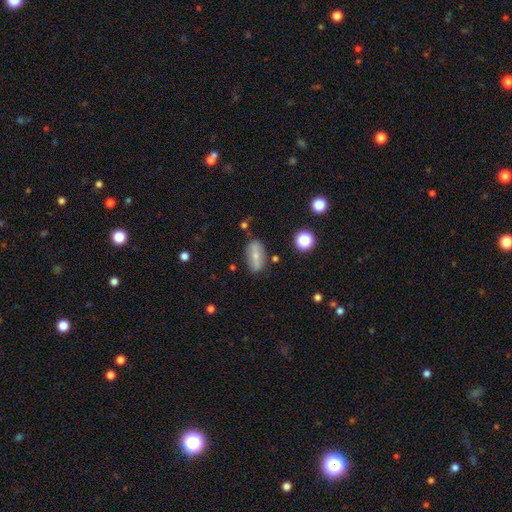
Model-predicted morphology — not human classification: smooth_or_featured: smooth (p=0.60) [alt: featured or disk p=0.31]
how_rounded: in between (p=0.83) [alt: cigar-shaped p=0.11]
merging: none (p=0.76) [alt: minor disturbance p=0.16]